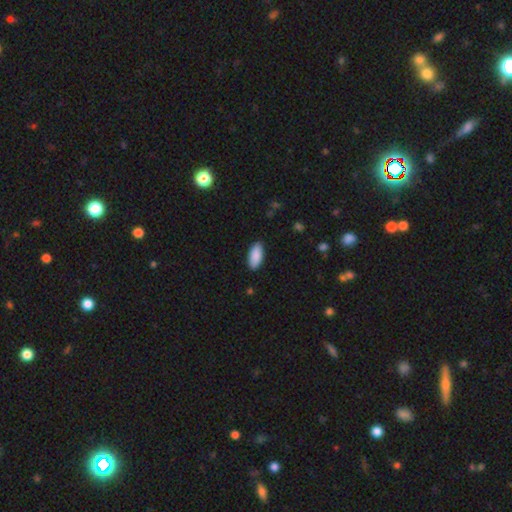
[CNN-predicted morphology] smooth-or-featured: smooth: 90% | star or artifact: 6% | featured or disk: 4%
  how-rounded: in between: 91% | cigar-shaped: 7% | round: 2%
  merging: none: 89% | minor disturbance: 8% | major disturbance: 2% | merger: 1%